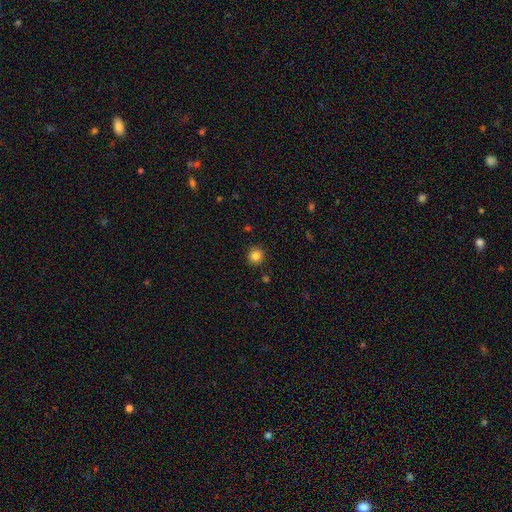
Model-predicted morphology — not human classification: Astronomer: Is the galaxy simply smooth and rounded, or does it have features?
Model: smooth — 84%.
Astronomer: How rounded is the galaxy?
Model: round — 93%.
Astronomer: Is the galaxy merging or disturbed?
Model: none — 91%.